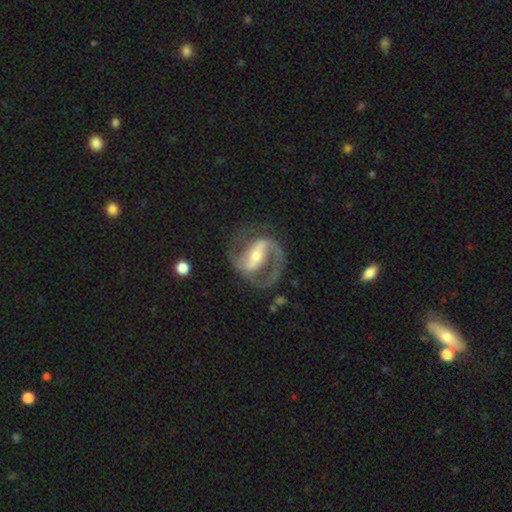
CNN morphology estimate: smooth_or_featured: featured or disk (p=0.89) [alt: smooth p=0.06]
disk_edge_on: no (p=0.97) [alt: yes p=0.03]
bar: strong (p=0.61) [alt: weak p=0.27]
has_spiral_arms: yes (p=0.95) [alt: no p=0.05]
spiral_winding: medium (p=0.57) [alt: loose p=0.22]
spiral_arm_count: 2 (p=0.87) [alt: 1 p=0.07]
bulge_size: moderate (p=0.52) [alt: small p=0.42]
merging: none (p=0.71) [alt: minor disturbance p=0.14]